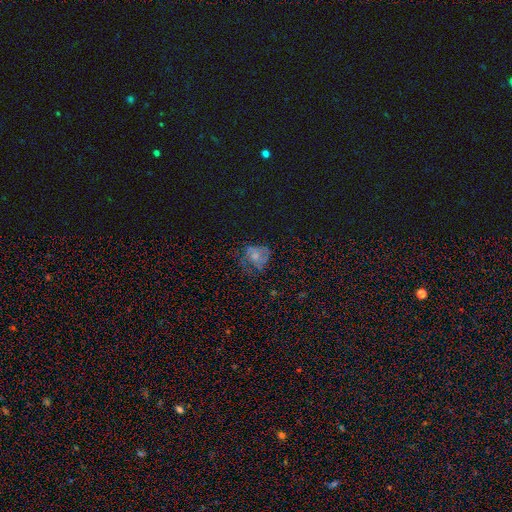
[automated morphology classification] smooth 49%, featured or disk 32%, star or artifact 19%. Down the decision tree: merging — none (45%).